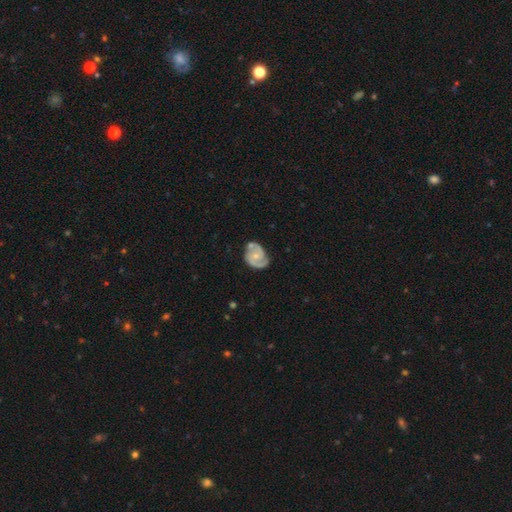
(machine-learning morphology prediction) A featured or disk galaxy (79%) with no bar (69%), 2 (76%) medium (44%) spiral arms (93%) and a small central bulge (56%). Merging: none (60%).